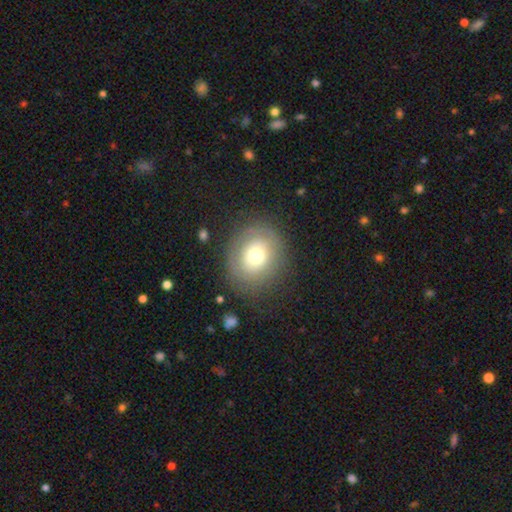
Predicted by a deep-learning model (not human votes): This appears to be a smooth galaxy with no disk features (63%) that is round (77%). Merging: none (79%).